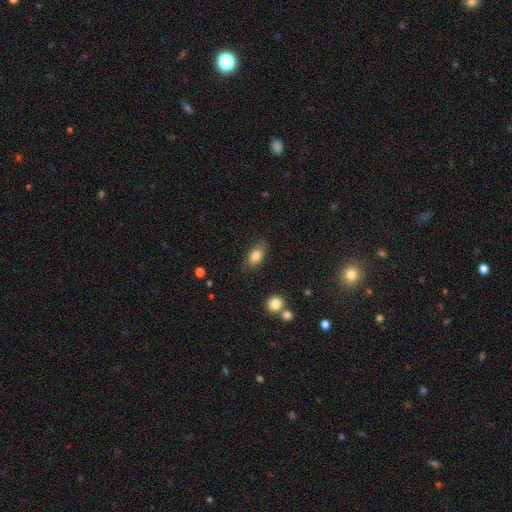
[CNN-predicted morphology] smooth 82%, featured or disk 10%, star or artifact 8%. Down the decision tree: how rounded — in between (86%); merging — none (80%).